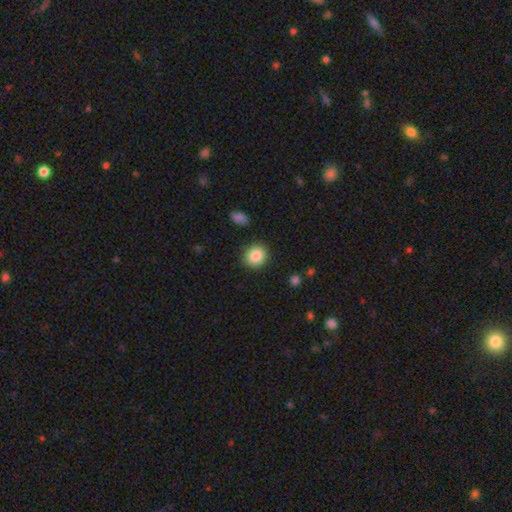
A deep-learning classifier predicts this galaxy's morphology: Smooth or featured?
  - smooth: 86% *
  - star or artifact: 8%
  - featured or disk: 5%
How rounded?
  - round: 81% *
  - in between: 18%
  - cigar-shaped: 1%
Merging?
  - none: 88% *
  - minor disturbance: 8%
  - major disturbance: 2%
  - merger: 2%